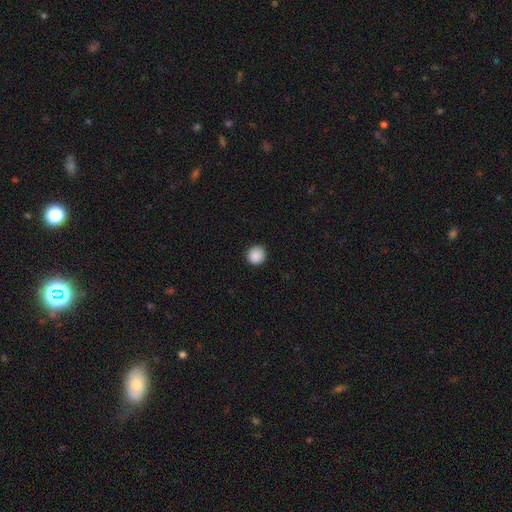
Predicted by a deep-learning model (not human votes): smooth_or_featured: smooth (p=0.89) [alt: star or artifact p=0.09]
how_rounded: round (p=0.95) [alt: in between p=0.04]
merging: none (p=0.91) [alt: minor disturbance p=0.06]